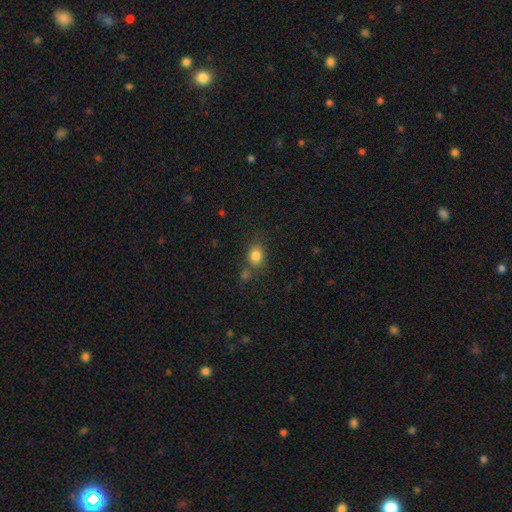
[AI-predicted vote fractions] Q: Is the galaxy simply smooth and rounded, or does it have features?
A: smooth — 82%.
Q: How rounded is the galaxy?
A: round — 51%.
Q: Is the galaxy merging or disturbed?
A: none — 66%.